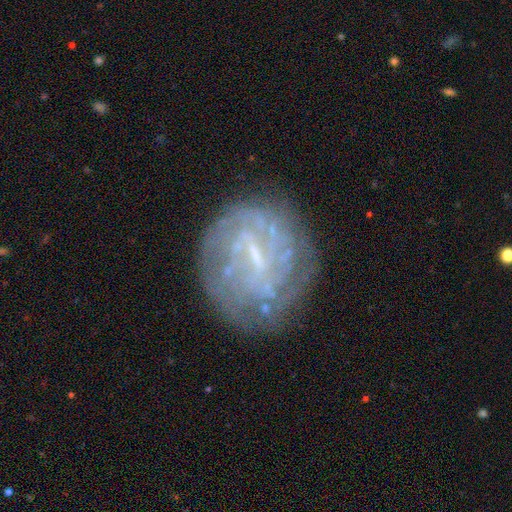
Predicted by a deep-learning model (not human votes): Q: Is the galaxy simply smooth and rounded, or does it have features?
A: featured or disk — 77%.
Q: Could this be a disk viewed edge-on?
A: no — 97%.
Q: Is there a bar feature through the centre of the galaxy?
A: weak — 53%.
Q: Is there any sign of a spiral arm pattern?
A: yes — 74%.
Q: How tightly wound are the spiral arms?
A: tight — 66%.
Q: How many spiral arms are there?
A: can't tell — 55%.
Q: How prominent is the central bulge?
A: small — 57%.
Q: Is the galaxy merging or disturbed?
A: none — 73%.